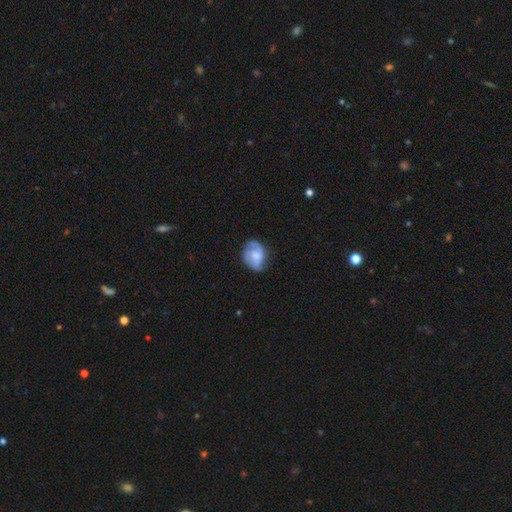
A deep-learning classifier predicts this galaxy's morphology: Q: Smooth or featured?
A: featured or disk (49%); runner-up: smooth (44%)
Q: Merging?
A: none (54%); runner-up: minor disturbance (31%)